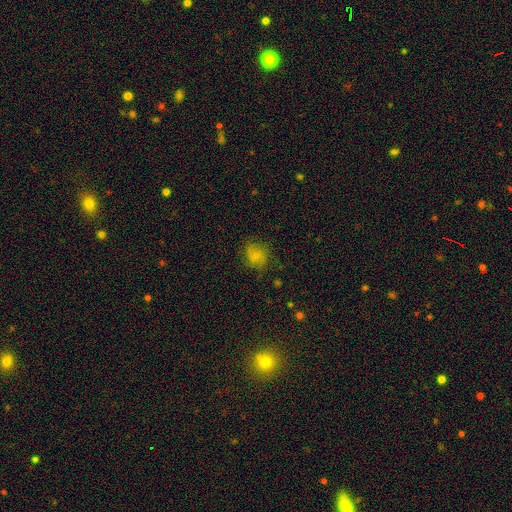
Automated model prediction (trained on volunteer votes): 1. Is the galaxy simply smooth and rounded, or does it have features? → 69% smooth, 18% featured or disk, 13% star or artifact.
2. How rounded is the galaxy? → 64% round, 35% in between, 1% cigar-shaped.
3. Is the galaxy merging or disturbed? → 67% none, 21% minor disturbance, 10% major disturbance, 2% merger.